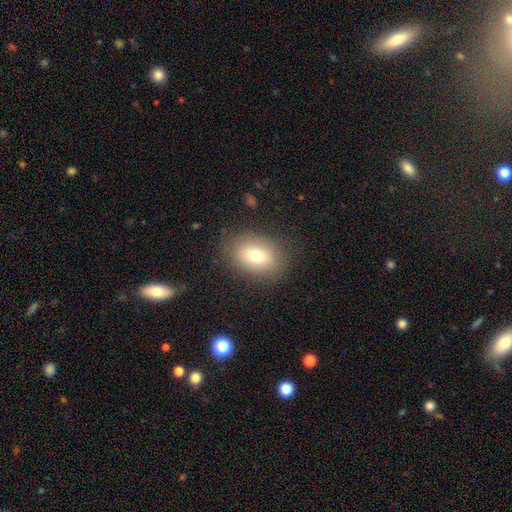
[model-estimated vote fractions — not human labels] smooth 74%, featured or disk 16%, star or artifact 11%. Down the decision tree: how rounded — in between (74%); merging — none (83%).